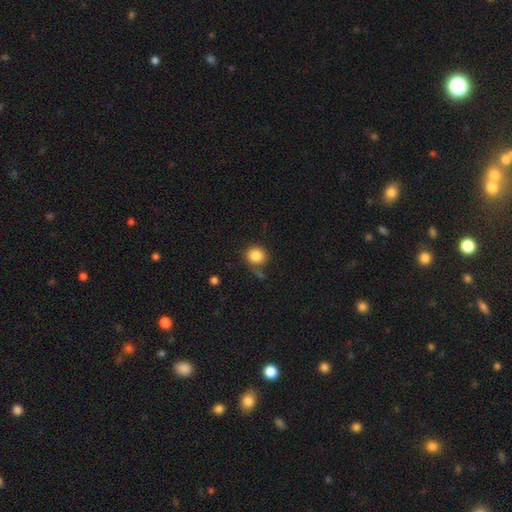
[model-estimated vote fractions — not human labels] Smooth or featured? Predicted: smooth (p=0.84). How rounded? Predicted: round (p=0.87). Merging? Predicted: none (p=0.69).